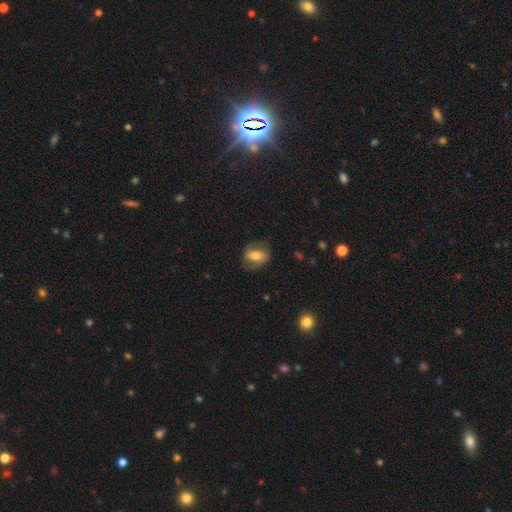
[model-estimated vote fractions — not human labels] A smooth galaxy with no disk features (51%) that is in between round and cigar-shaped (69%).

Vote fractions:
- Smooth or featured? smooth: 51% / featured or disk: 41% / star or artifact: 8%
- How rounded? in between: 69% / round: 28% / cigar-shaped: 3%
- Merging? none: 72% / minor disturbance: 18% / major disturbance: 9% / merger: 1%